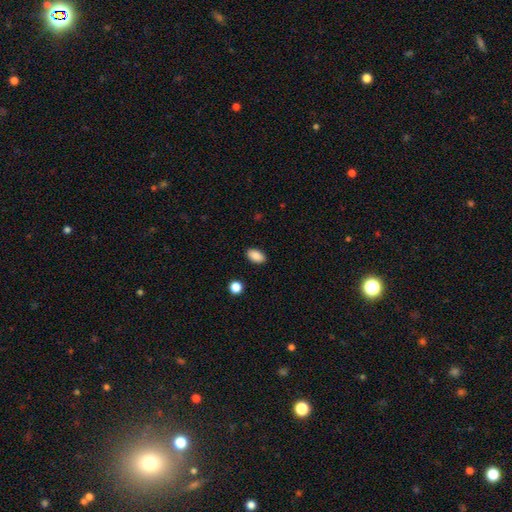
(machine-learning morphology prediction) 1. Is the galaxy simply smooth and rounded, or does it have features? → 89% smooth, 8% star or artifact, 3% featured or disk.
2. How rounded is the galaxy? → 92% in between, 6% round, 2% cigar-shaped.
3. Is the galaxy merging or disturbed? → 89% none, 8% minor disturbance, 2% major disturbance, 1% merger.